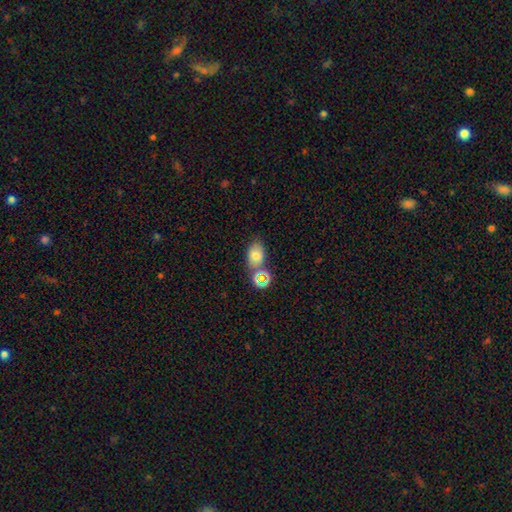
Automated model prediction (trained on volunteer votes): Morphology: type=smooth (71%); roundness=in between (80%); merging=none (66%).